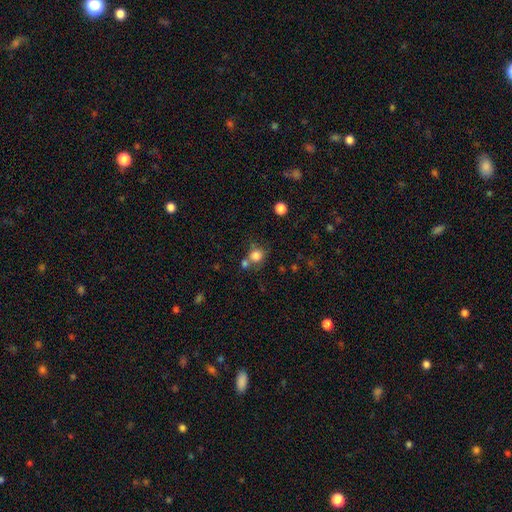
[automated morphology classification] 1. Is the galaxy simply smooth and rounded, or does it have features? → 81% smooth, 12% star or artifact, 7% featured or disk.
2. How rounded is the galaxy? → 84% round, 15% in between, 1% cigar-shaped.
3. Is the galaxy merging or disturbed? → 56% none, 27% merger, 12% minor disturbance, 5% major disturbance.